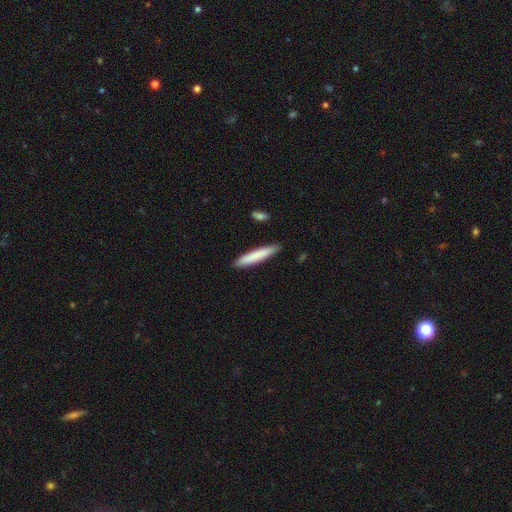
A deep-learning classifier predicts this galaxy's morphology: This is clearly a smooth galaxy (80%). How rounded: clearly cigar-shaped (92%). Merging: clearly none (88%).